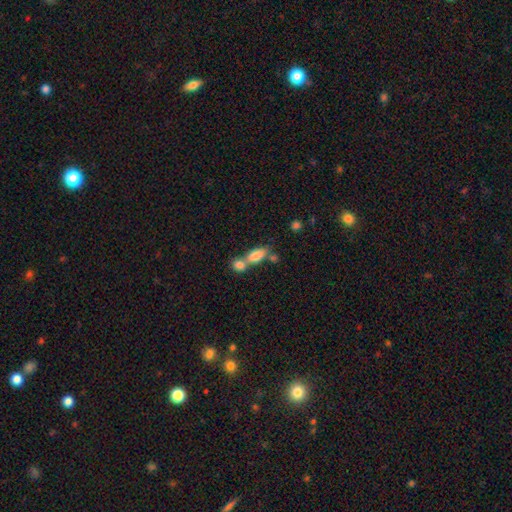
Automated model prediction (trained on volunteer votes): Morphology: type=smooth (80%); roundness=in between (82%); merging=merger (58%).